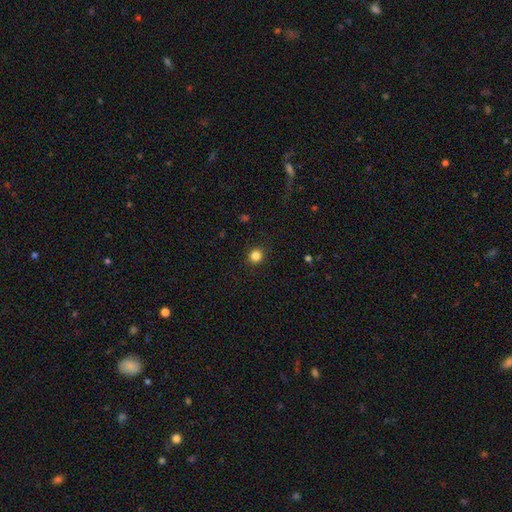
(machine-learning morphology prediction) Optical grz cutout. It shows a smooth galaxy with no disk features (84%) that is round (90%). Merging: none (91%).